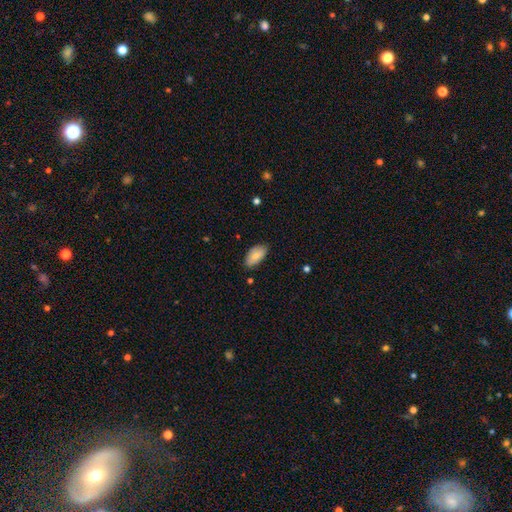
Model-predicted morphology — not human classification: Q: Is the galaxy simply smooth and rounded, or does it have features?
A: smooth — 79%.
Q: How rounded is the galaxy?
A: in between — 94%.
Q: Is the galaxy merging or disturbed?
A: none — 73%.